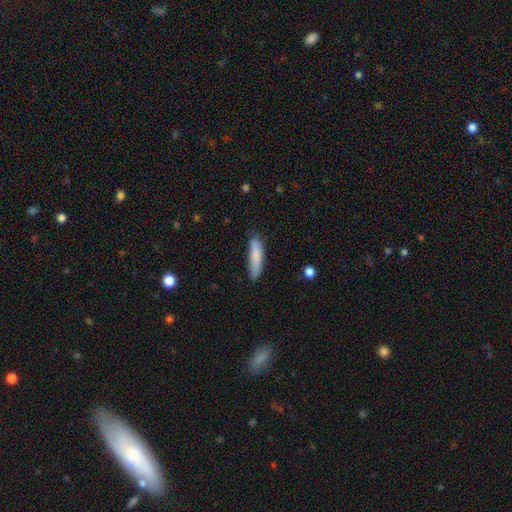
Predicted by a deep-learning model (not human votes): A smooth galaxy with no disk features (81%) that is cigar-shaped (77%). Merging: none (72%).